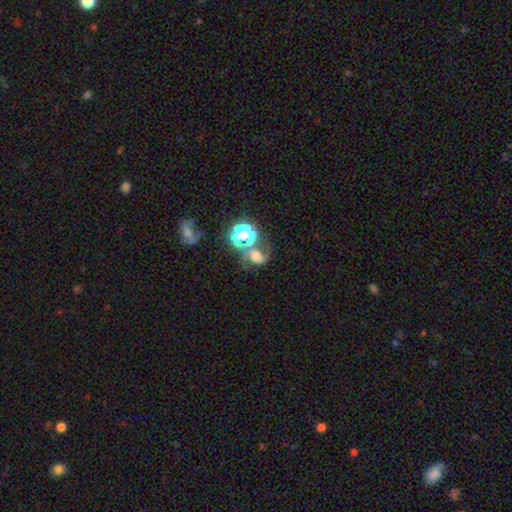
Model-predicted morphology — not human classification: This appears to be a featured or disk galaxy (42%). Merging: none (48%).